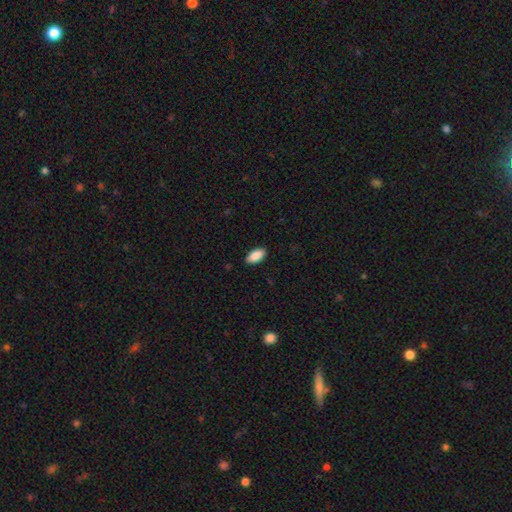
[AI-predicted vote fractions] Q: Smooth or featured?
A: smooth (89%); runner-up: star or artifact (6%)
Q: How rounded?
A: in between (93%); runner-up: cigar-shaped (5%)
Q: Merging?
A: none (88%); runner-up: minor disturbance (9%)